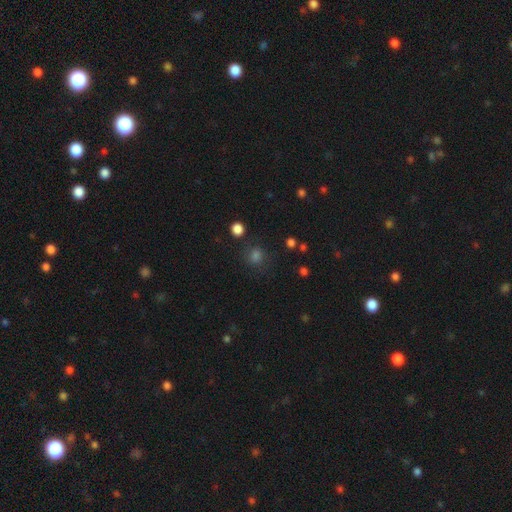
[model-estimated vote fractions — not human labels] The model was most divided on "smooth or featured": smooth: 71%, star or artifact: 23%, featured or disk: 6%. More confident: how rounded — round (83%); merging — none (81%).